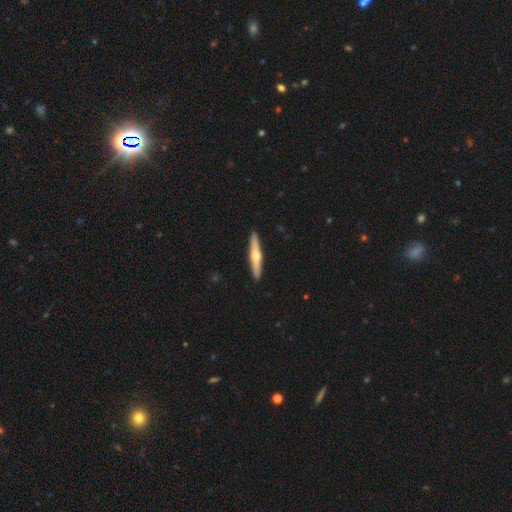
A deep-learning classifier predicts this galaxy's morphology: type=featured or disk (53%); edge-on=yes (94%); merging=none (91%).